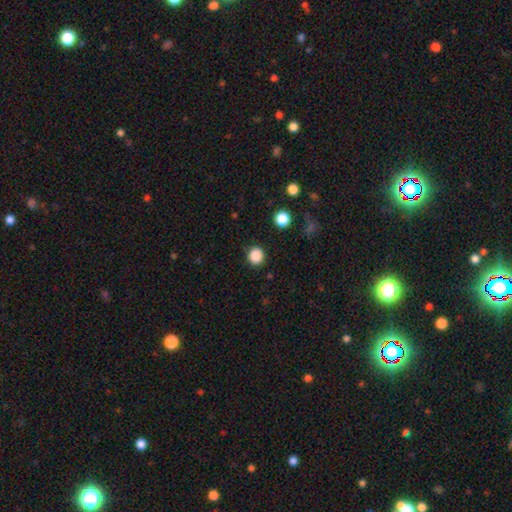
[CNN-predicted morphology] This appears to be a smooth galaxy with no disk features (87%) that is round (89%). Merging: none (91%).